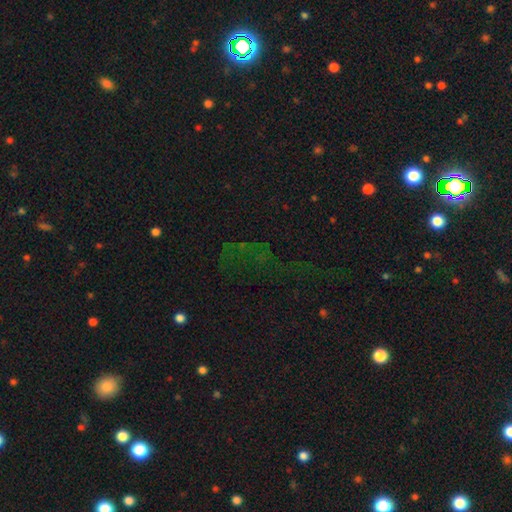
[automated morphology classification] Smooth or featured? Predicted: star or artifact (p=0.63).